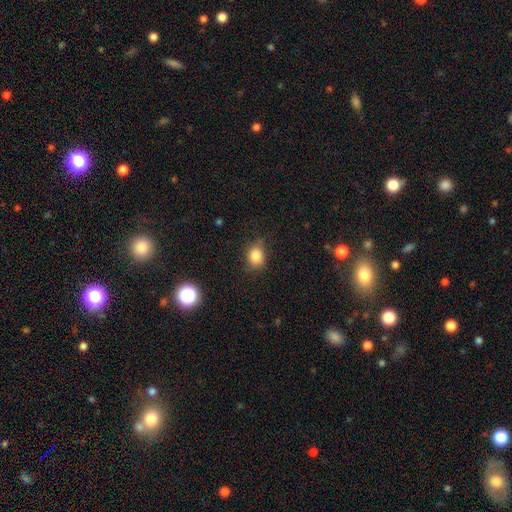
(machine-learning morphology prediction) Q: Smooth or featured?
A: smooth (83%); runner-up: star or artifact (11%)
Q: How rounded?
A: round (54%); runner-up: in between (44%)
Q: Merging?
A: none (75%); runner-up: minor disturbance (19%)